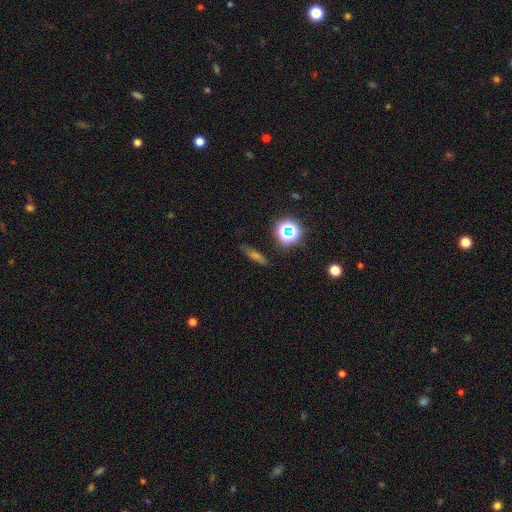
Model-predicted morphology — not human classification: This is marginally a smooth galaxy (41%). Merging: clearly none (86%).